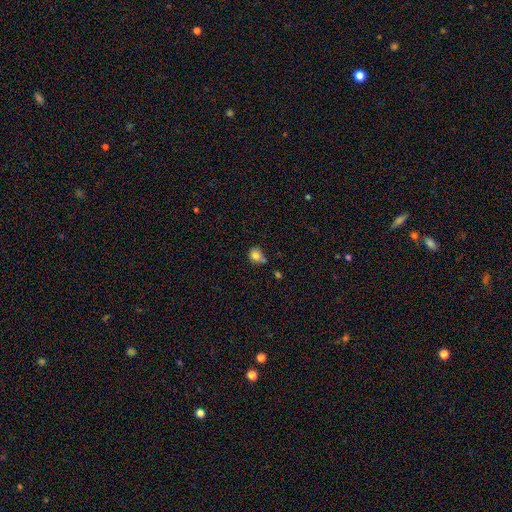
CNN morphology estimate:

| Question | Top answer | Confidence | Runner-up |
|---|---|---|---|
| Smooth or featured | smooth | 80% | star or artifact (11%) |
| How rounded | round | 71% | in between (28%) |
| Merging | none | 45% | minor disturbance (32%) |